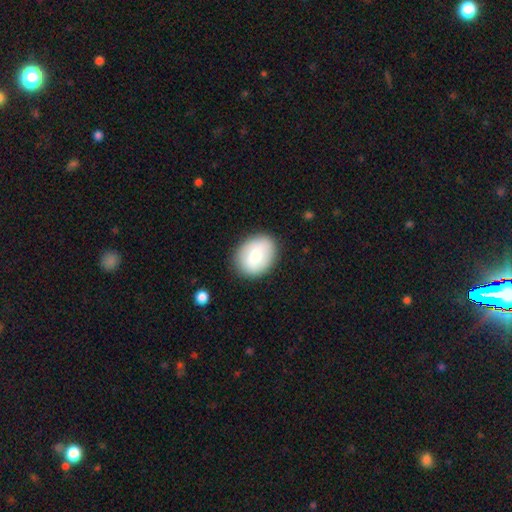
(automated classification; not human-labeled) This appears to be a smooth galaxy with no disk features (76%) that is in between round and cigar-shaped (60%). Merging: none (84%).